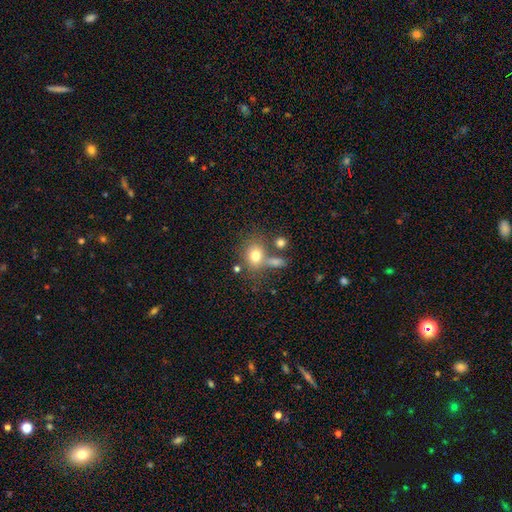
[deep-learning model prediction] Smooth or featured: smooth — 75% (featured or disk — 13%)
How rounded: round — 53% (in between — 45%)
Merging: none — 55% (merger — 23%)